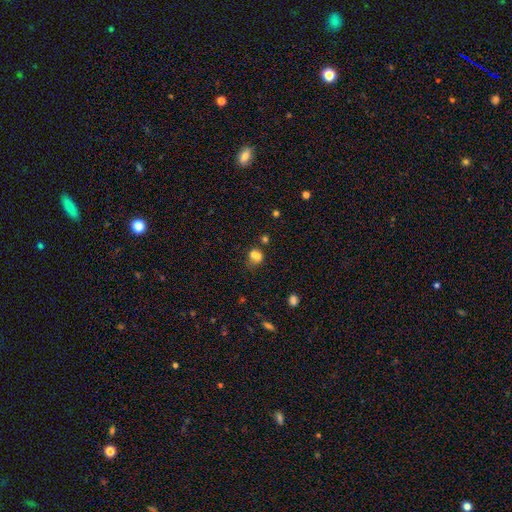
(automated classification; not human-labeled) This appears to be a smooth galaxy with no disk features (70%) that is round (61%). Merging: merger (52%).